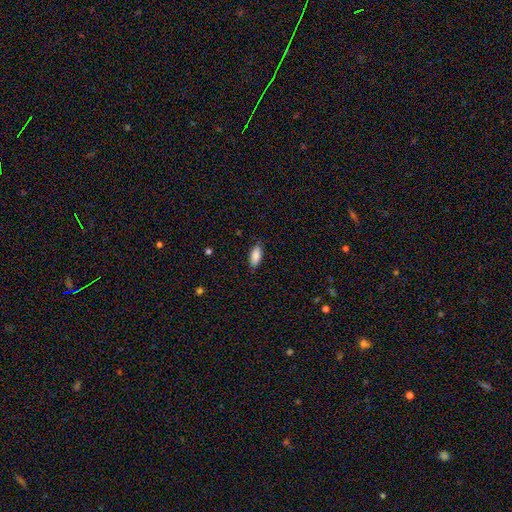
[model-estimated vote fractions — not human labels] Smooth or featured? Predicted: smooth (p=0.88). How rounded? Predicted: in between (p=0.85). Merging? Predicted: none (p=0.84).